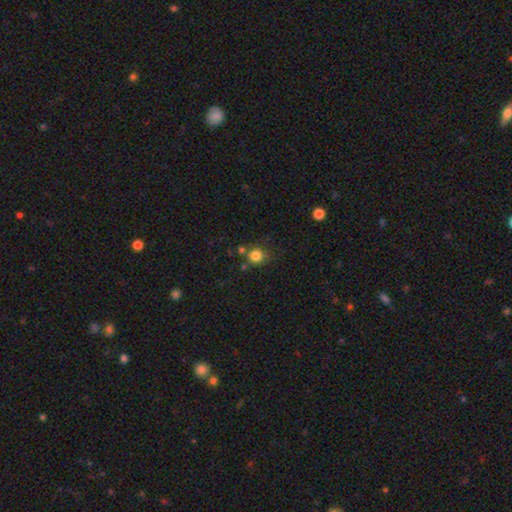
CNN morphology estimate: smooth 82%, star or artifact 13%, featured or disk 6%. Down the decision tree: how rounded — round (87%); merging — none (67%).